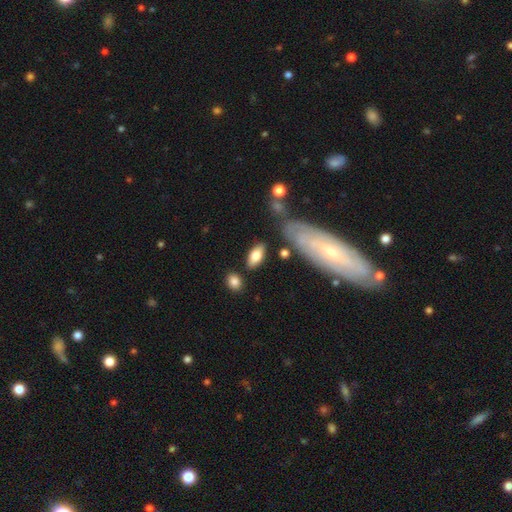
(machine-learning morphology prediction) Smooth or featured?
  - smooth: 69% *
  - featured or disk: 24%
  - star or artifact: 6%
How rounded?
  - in between: 83% *
  - cigar-shaped: 14%
  - round: 3%
Merging?
  - none: 77% *
  - minor disturbance: 14%
  - merger: 5%
  - major disturbance: 4%